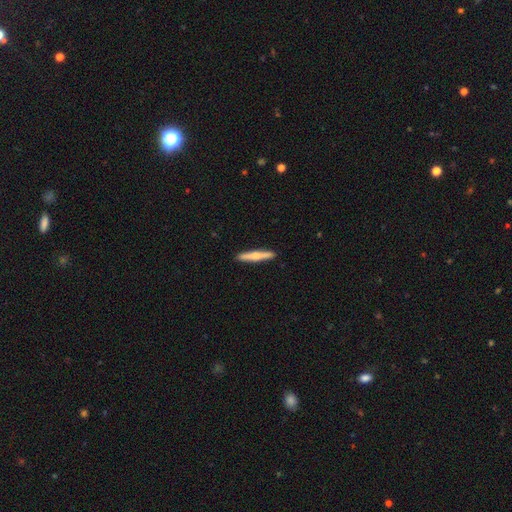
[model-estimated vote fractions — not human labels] smooth-or-featured: smooth: 53% | featured or disk: 42% | star or artifact: 5%
  how-rounded: cigar-shaped: 93% | in between: 5% | round: 2%
  merging: none: 92% | minor disturbance: 6% | major disturbance: 1% | merger: 1%